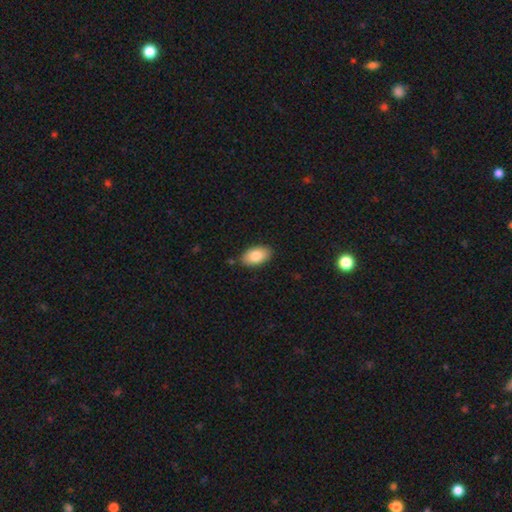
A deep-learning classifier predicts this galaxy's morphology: A smooth galaxy with no disk features (85%) that is in between round and cigar-shaped (94%). Merging: none (85%).